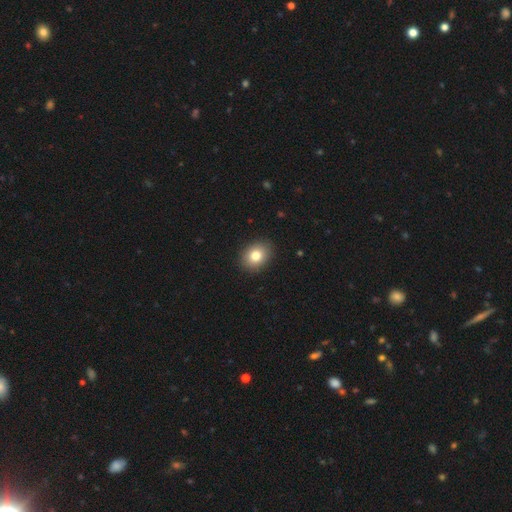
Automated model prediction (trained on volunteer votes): This is clearly a smooth galaxy (82%). How rounded: possibly in between (55%). Merging: clearly none (91%).